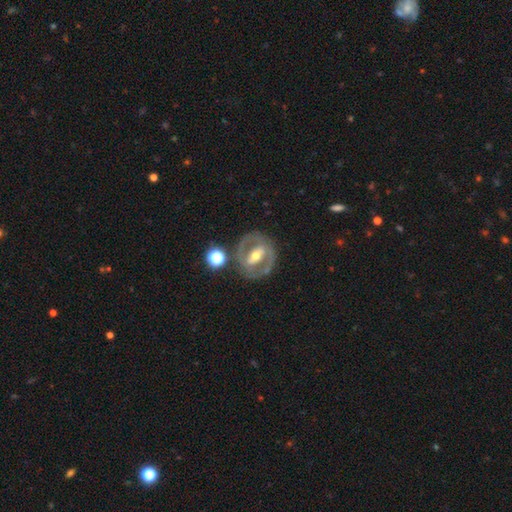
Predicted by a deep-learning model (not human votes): featured or disk 83%, smooth 12%, star or artifact 6%. Down the decision tree: edge-on disk — no (95%); bar — strong (58%); spiral arms — yes (72%); spiral arm count — 2 (83%); spiral winding — tight (46%); bulge size — moderate (61%); merging — none (77%).